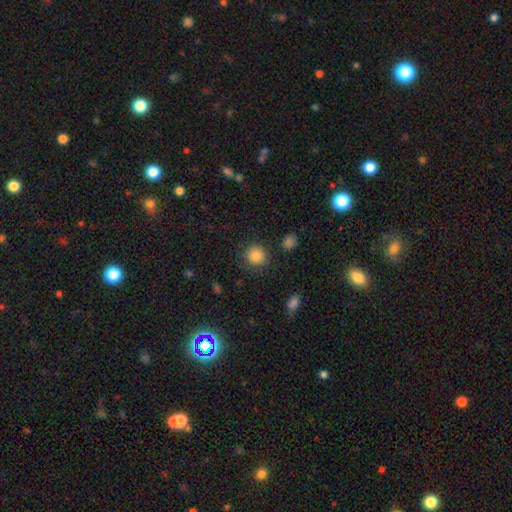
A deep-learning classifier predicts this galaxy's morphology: Smooth or featured? Predicted: smooth (p=0.85). How rounded? Predicted: round (p=0.91). Merging? Predicted: none (p=0.87).